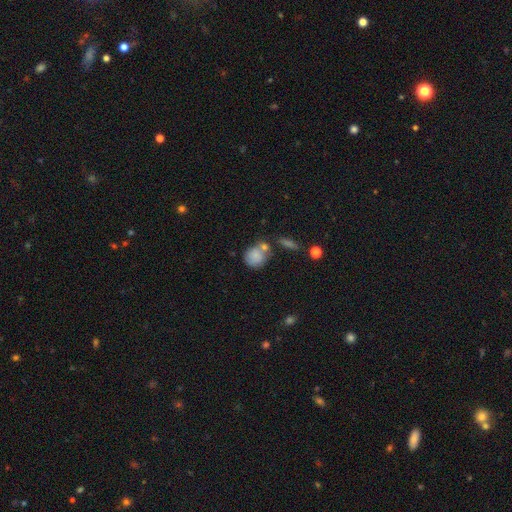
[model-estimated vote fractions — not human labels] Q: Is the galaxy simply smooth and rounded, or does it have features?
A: smooth — 80%.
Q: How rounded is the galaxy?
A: round — 72%.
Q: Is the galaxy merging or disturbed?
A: none — 43%.